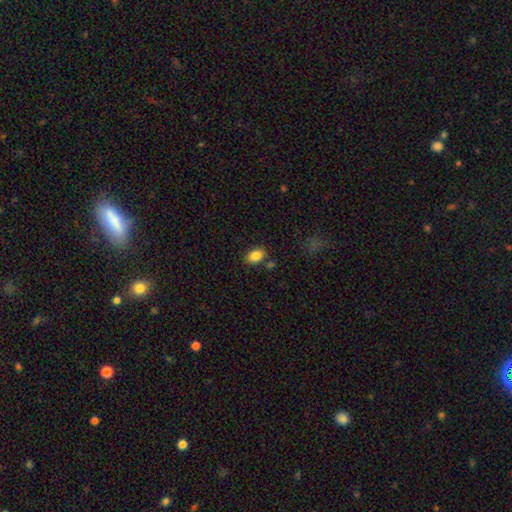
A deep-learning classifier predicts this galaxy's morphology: smooth-or-featured: smooth: 86% | star or artifact: 8% | featured or disk: 6%
  how-rounded: in between: 84% | round: 14% | cigar-shaped: 1%
  merging: none: 81% | minor disturbance: 11% | merger: 5% | major disturbance: 3%